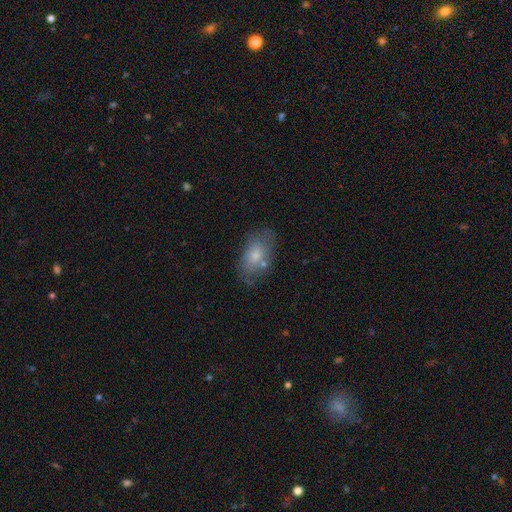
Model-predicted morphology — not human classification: Smooth or featured?
  - smooth: 72% *
  - featured or disk: 21%
  - star or artifact: 8%
How rounded?
  - in between: 90% *
  - round: 7%
  - cigar-shaped: 3%
Merging?
  - none: 61% *
  - minor disturbance: 22%
  - merger: 9%
  - major disturbance: 7%